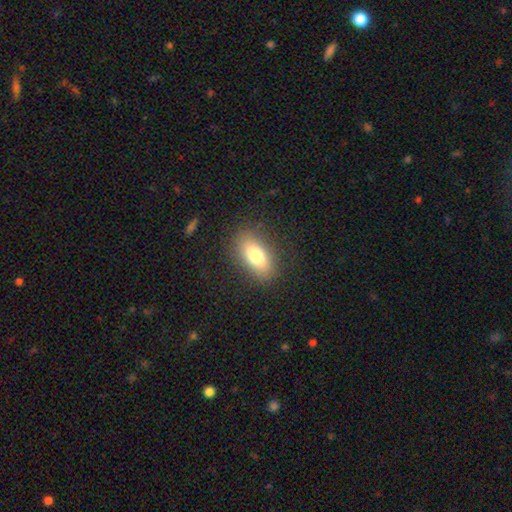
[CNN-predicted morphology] A smooth galaxy with no disk features (77%) that is in between round and cigar-shaped (87%). Merging: none (84%).